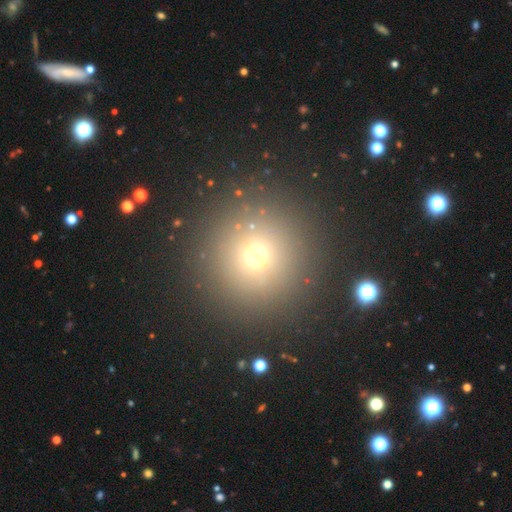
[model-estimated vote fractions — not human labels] Smooth or featured? Predicted: smooth (p=0.65). How rounded? Predicted: round (p=0.96). Merging? Predicted: none (p=0.89).